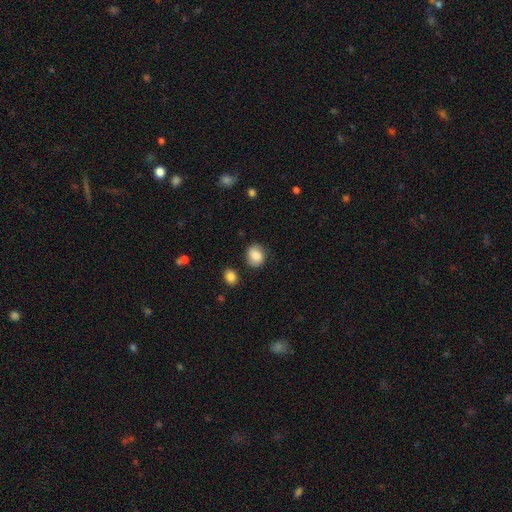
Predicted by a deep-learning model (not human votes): Morphology: type=smooth (84%); roundness=round (66%); merging=none (80%).